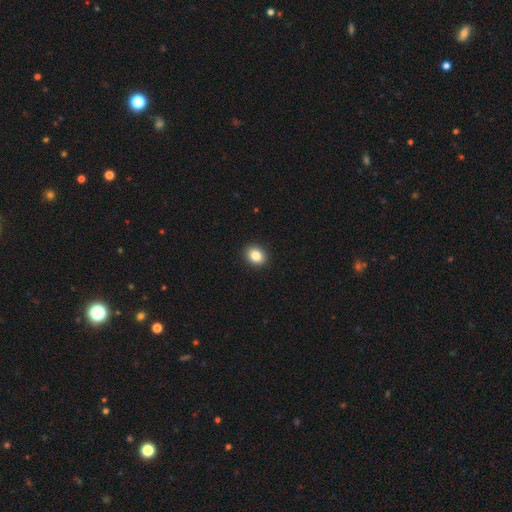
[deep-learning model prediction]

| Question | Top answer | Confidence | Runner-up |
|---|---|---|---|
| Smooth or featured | smooth | 85% | star or artifact (10%) |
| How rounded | round | 56% | in between (43%) |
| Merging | none | 92% | minor disturbance (5%) |